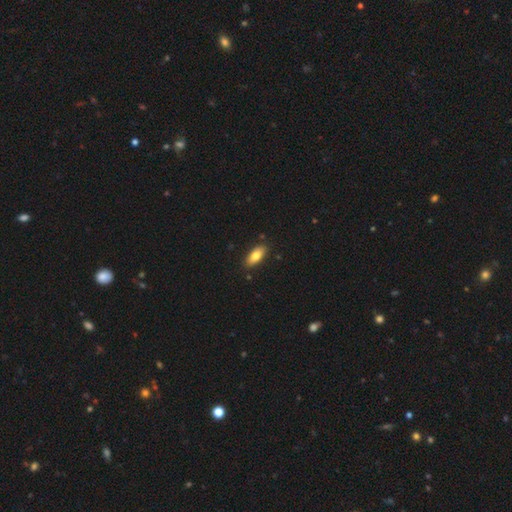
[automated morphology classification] This is likely a smooth galaxy (78%). How rounded: clearly in between (82%). Merging: clearly none (86%).